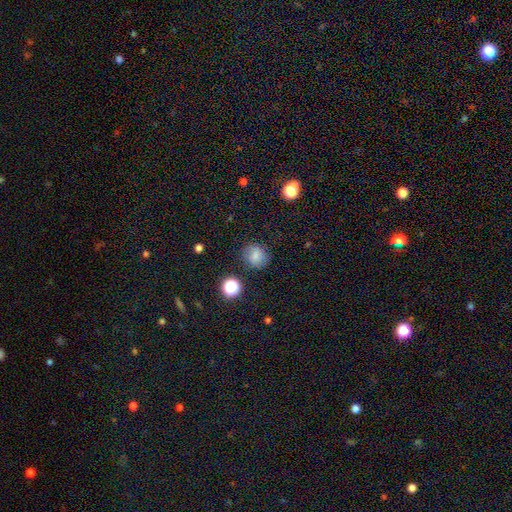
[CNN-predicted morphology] Q: Smooth or featured?
A: smooth (78%); runner-up: star or artifact (13%)
Q: How rounded?
A: round (74%); runner-up: in between (25%)
Q: Merging?
A: none (84%); runner-up: minor disturbance (11%)